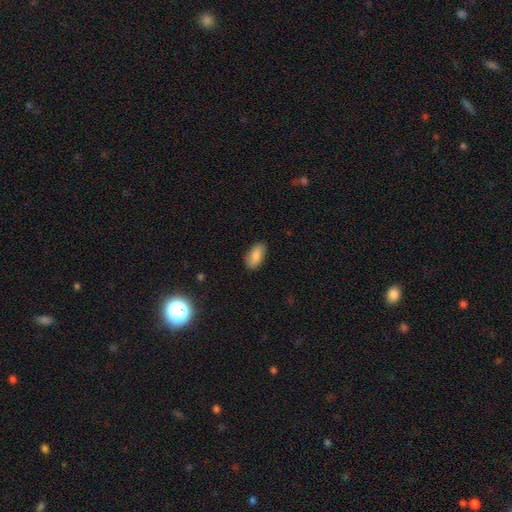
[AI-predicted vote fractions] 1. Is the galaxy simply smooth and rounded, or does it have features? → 81% smooth, 12% featured or disk, 7% star or artifact.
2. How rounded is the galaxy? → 90% in between, 7% cigar-shaped, 3% round.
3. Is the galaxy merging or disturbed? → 82% none, 14% minor disturbance, 3% major disturbance, 1% merger.